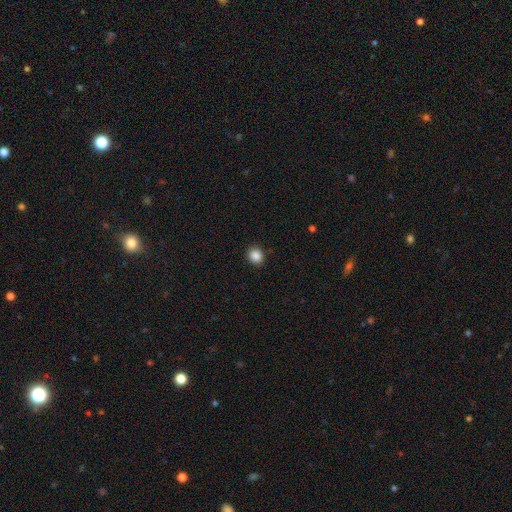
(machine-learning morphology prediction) Smooth or featured? Predicted: smooth (p=0.87). How rounded? Predicted: round (p=0.76). Merging? Predicted: none (p=0.90).